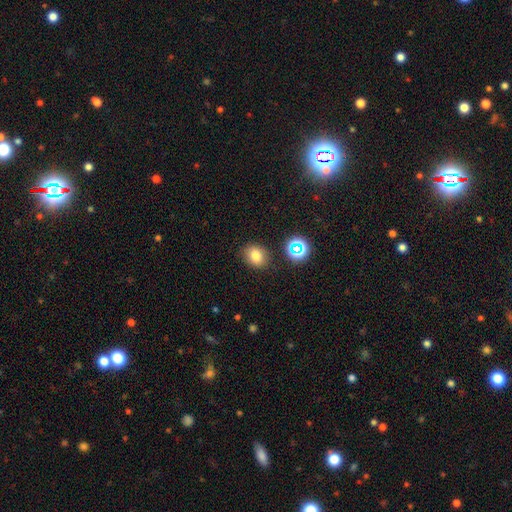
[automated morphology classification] Q: Smooth or featured?
A: smooth (77%); runner-up: star or artifact (15%)
Q: How rounded?
A: round (56%); runner-up: in between (43%)
Q: Merging?
A: none (83%); runner-up: minor disturbance (10%)